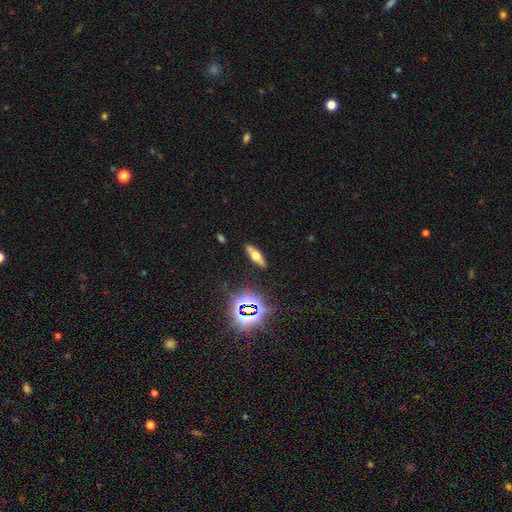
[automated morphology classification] Q: Smooth or featured?
A: smooth (44%); runner-up: featured or disk (38%)
Q: Merging?
A: none (87%); runner-up: minor disturbance (9%)